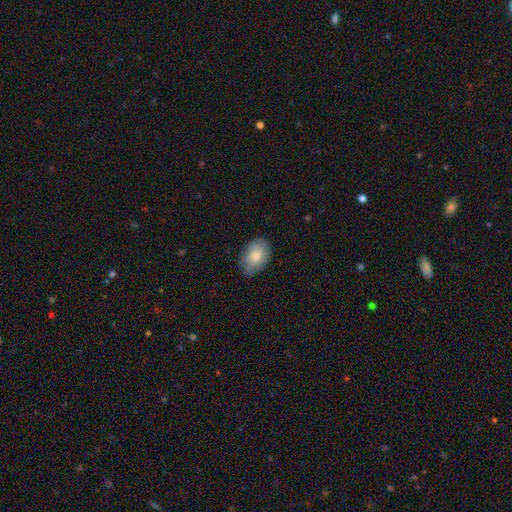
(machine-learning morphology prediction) type=smooth (76%); roundness=in between (83%); merging=none (78%).